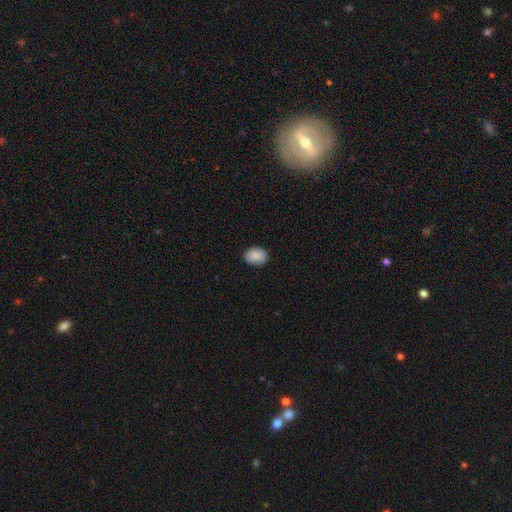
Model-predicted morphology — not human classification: Overall: smooth (89%). How rounded: in between (70%). Merging: none (83%).